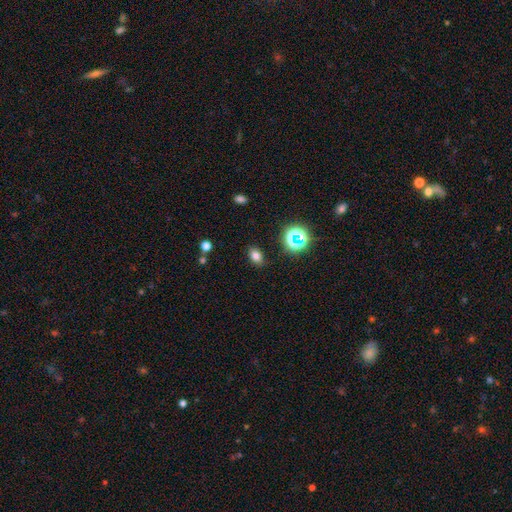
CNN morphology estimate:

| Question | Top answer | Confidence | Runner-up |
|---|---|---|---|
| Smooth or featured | smooth | 73% | star or artifact (18%) |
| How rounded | in between | 79% | round (19%) |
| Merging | none | 86% | minor disturbance (10%) |